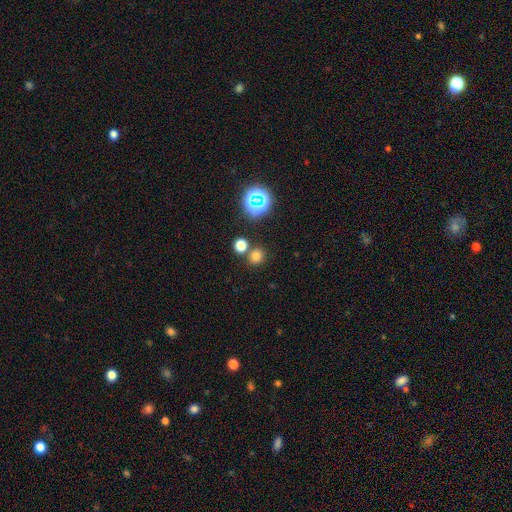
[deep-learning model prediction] A smooth galaxy with no disk features (71%) that is round (86%).

Vote fractions:
- Smooth or featured? smooth: 71% / star or artifact: 24% / featured or disk: 5%
- How rounded? round: 86% / in between: 13% / cigar-shaped: 1%
- Merging? none: 74% / merger: 16% / minor disturbance: 7% / major disturbance: 3%